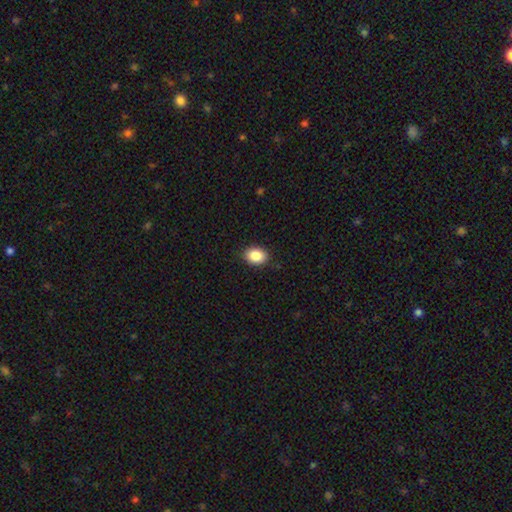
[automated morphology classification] smooth_or_featured: smooth (p=0.87) [alt: star or artifact p=0.08]
how_rounded: in between (p=0.74) [alt: round p=0.25]
merging: none (p=0.88) [alt: minor disturbance p=0.09]